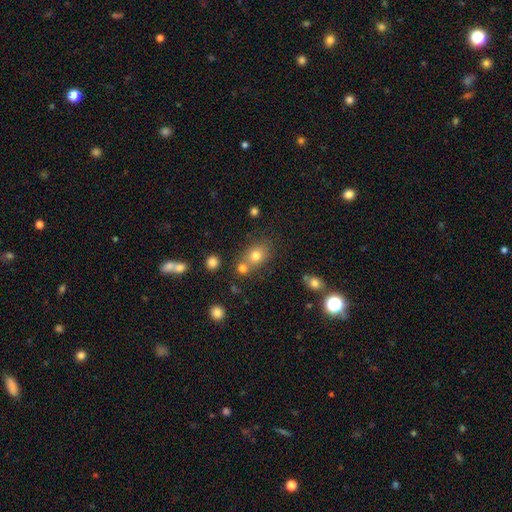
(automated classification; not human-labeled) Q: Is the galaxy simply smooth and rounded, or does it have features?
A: smooth — 75%.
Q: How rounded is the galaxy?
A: round — 54%.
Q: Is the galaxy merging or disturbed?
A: none — 57%.